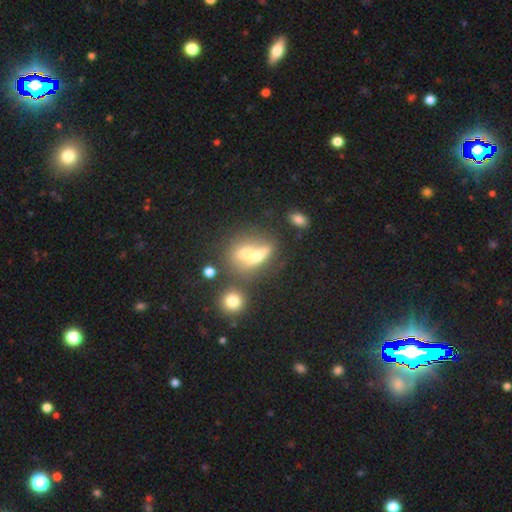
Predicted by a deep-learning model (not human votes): Smooth or featured? Predicted: smooth (p=0.57). How rounded? Predicted: in between (p=0.46). Merging? Predicted: merger (p=0.56).